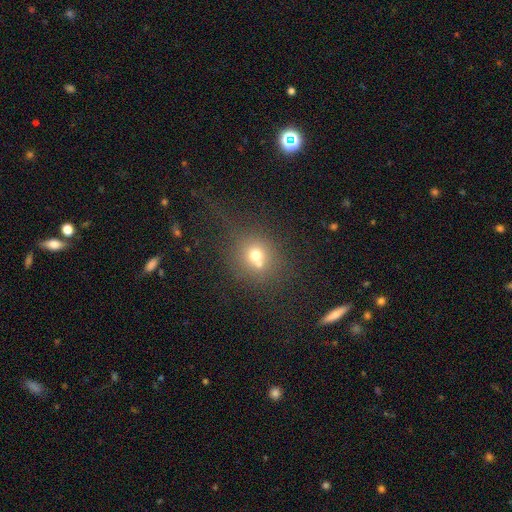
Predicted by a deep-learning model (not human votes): The model was most divided on "merging": none: 48%, merger: 32%, minor disturbance: 12%, major disturbance: 8%. More confident: how rounded — round (79%); smooth or featured — smooth (64%).